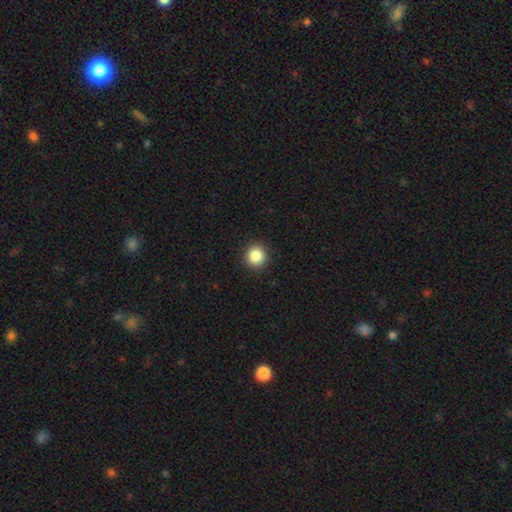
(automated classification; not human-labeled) smooth 86%, star or artifact 10%, featured or disk 4%. Down the decision tree: how rounded — round (92%); merging — none (92%).